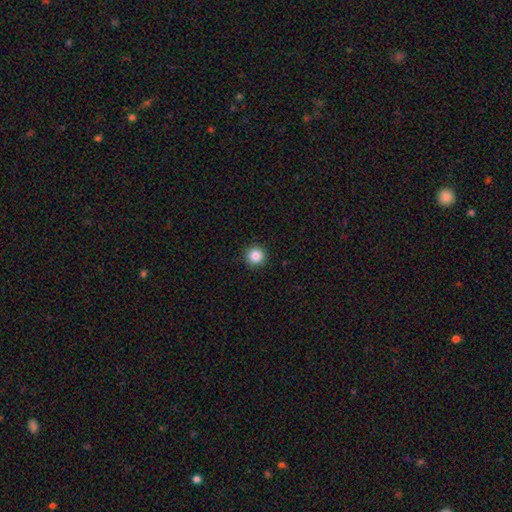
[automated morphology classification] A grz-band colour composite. It shows a smooth galaxy with no disk features (86%) that is round (96%). Merging: none (93%).